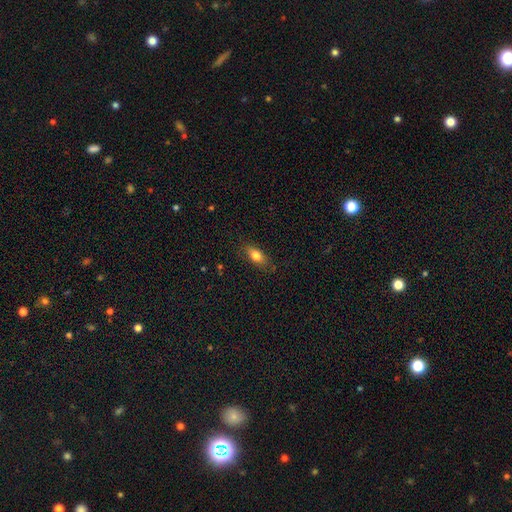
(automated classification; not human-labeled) smooth_or_featured: smooth (p=0.77) [alt: featured or disk p=0.15]
how_rounded: in between (p=0.82) [alt: cigar-shaped p=0.12]
merging: none (p=0.81) [alt: minor disturbance p=0.14]